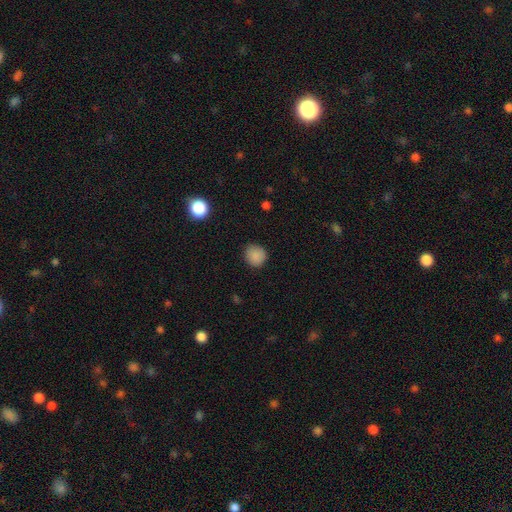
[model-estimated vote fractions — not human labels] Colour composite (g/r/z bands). It shows a smooth galaxy with no disk features (86%) that is round (89%). Merging: none (87%).